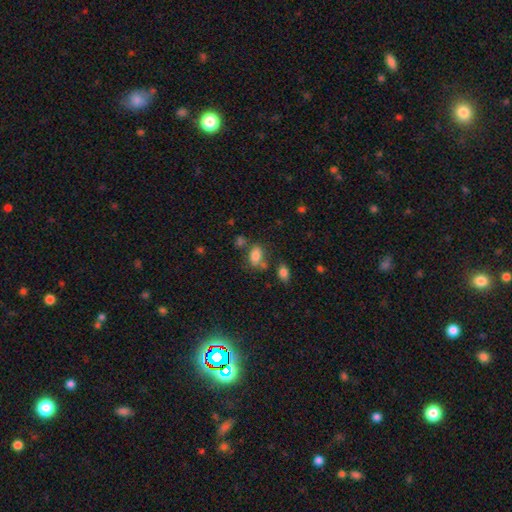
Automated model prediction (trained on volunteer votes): Smooth or featured? smooth (81%)
How rounded? in between (87%)
Merging? none (61%)